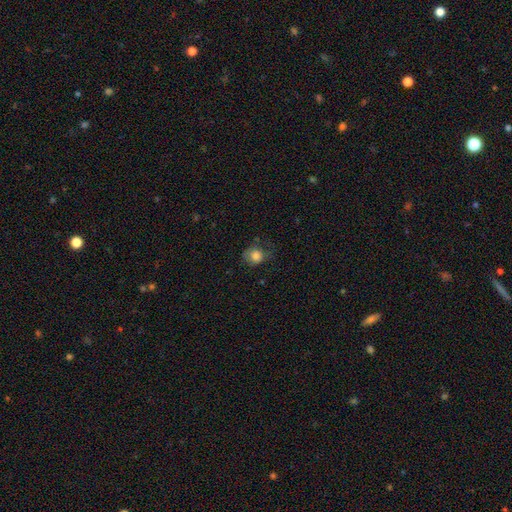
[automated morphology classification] Q: Smooth or featured?
A: smooth (81%); runner-up: star or artifact (10%)
Q: How rounded?
A: round (72%); runner-up: in between (27%)
Q: Merging?
A: none (52%); runner-up: minor disturbance (30%)